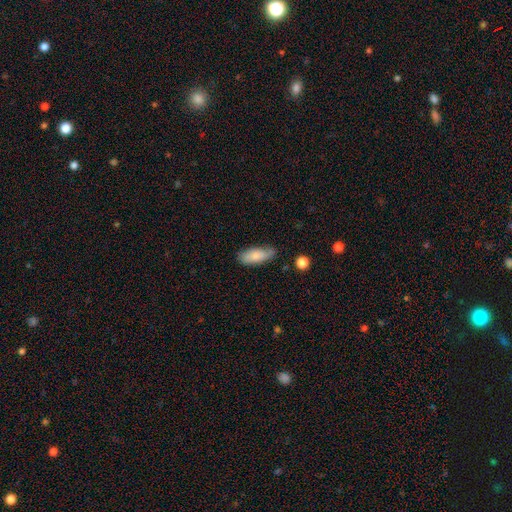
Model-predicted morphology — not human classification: Overall: smooth (77%). How rounded: in between (80%). Merging: none (64%; minor disturbance 27%).